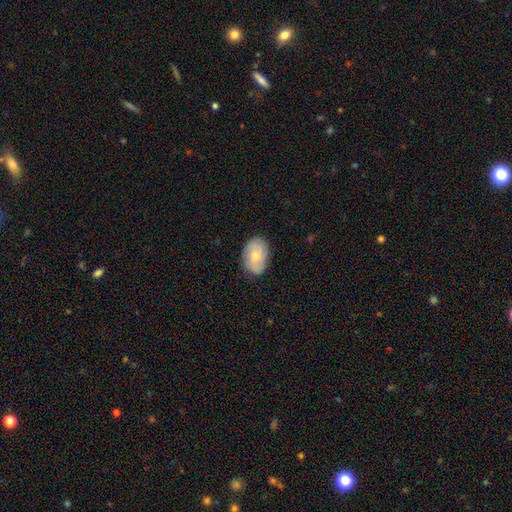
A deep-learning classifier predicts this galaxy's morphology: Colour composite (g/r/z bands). It shows a smooth galaxy with no disk features (61%) that is in between round and cigar-shaped (85%). Merging: none (80%).